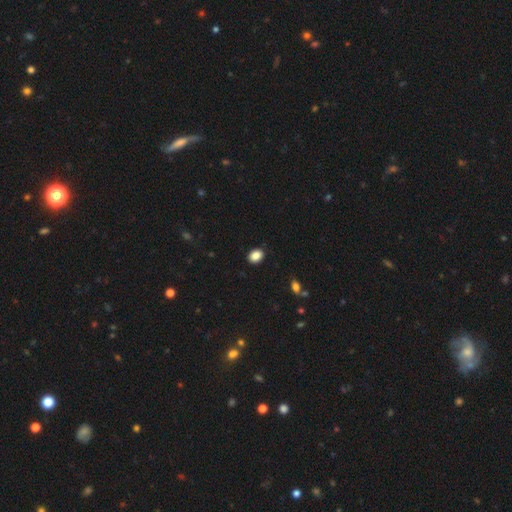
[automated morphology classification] Q: Smooth or featured?
A: smooth (87%); runner-up: star or artifact (9%)
Q: How rounded?
A: in between (63%); runner-up: round (36%)
Q: Merging?
A: none (89%); runner-up: minor disturbance (8%)